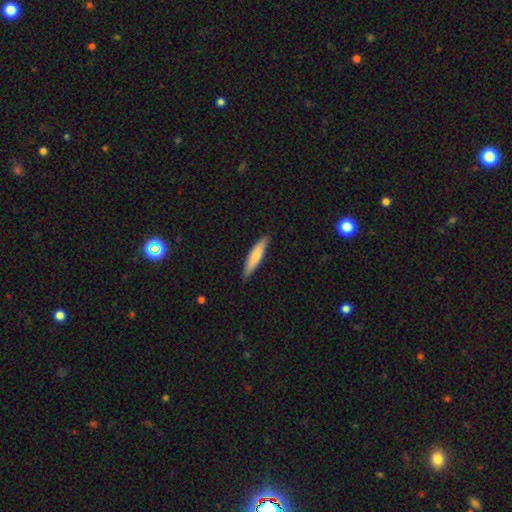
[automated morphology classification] smooth_or_featured: smooth (p=0.77) [alt: featured or disk p=0.18]
how_rounded: cigar-shaped (p=0.83) [alt: in between p=0.16]
merging: none (p=0.87) [alt: minor disturbance p=0.10]